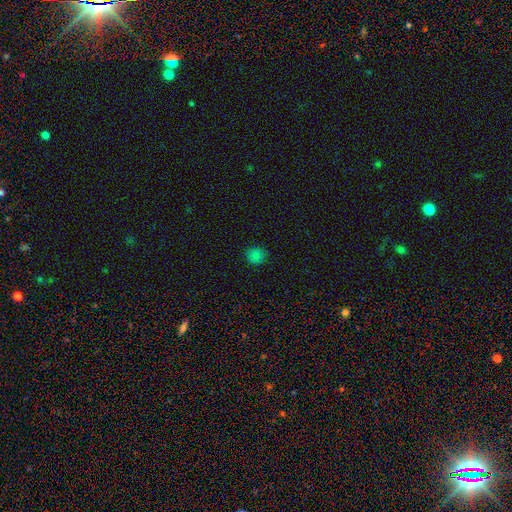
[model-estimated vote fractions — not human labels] Smooth or featured: smooth — 82% (star or artifact — 15%)
How rounded: round — 91% (in between — 8%)
Merging: none — 89% (minor disturbance — 8%)